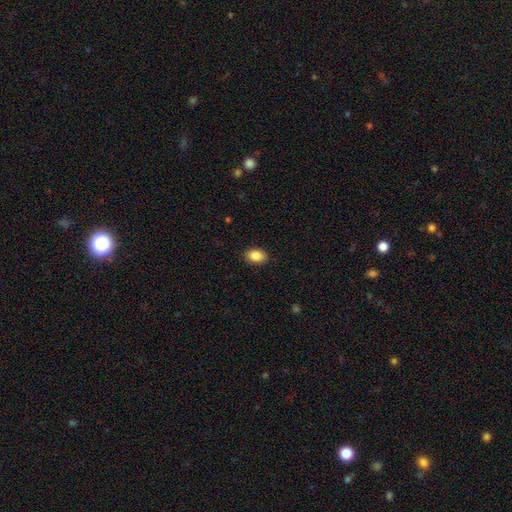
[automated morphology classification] Smooth or featured? smooth (87%)
How rounded? in between (85%)
Merging? none (89%)